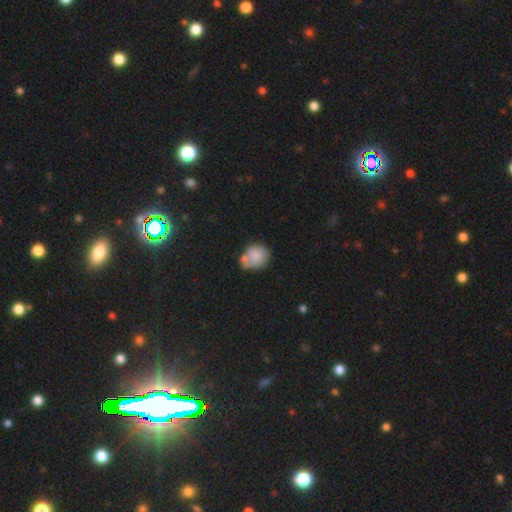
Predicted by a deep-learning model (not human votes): smooth-or-featured: smooth: 81% | featured or disk: 10% | star or artifact: 9%
  how-rounded: round: 74% | in between: 25% | cigar-shaped: 1%
  merging: none: 50% | merger: 23% | minor disturbance: 20% | major disturbance: 7%